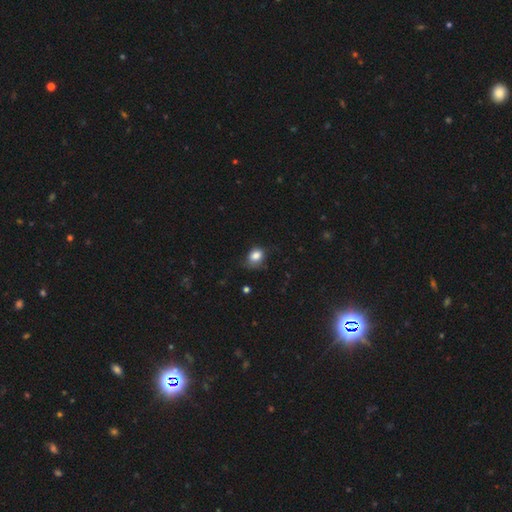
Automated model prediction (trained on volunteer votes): smooth-or-featured: smooth: 83% | star or artifact: 10% | featured or disk: 7%
  how-rounded: in between: 54% | round: 45% | cigar-shaped: 1%
  merging: none: 57% | minor disturbance: 32% | major disturbance: 10% | merger: 2%